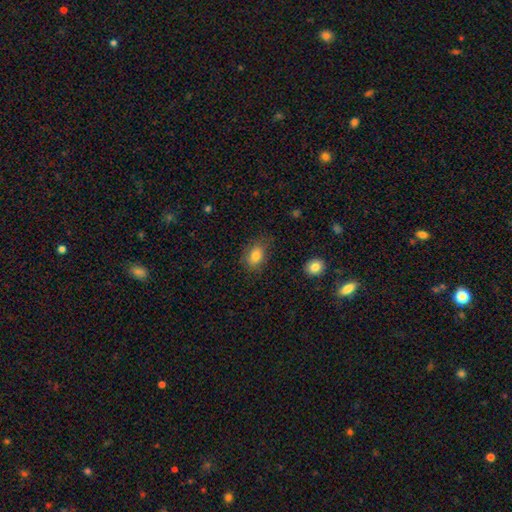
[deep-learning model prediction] Smooth or featured: smooth — 81% (featured or disk — 10%)
How rounded: in between — 79% (round — 20%)
Merging: none — 73% (minor disturbance — 20%)